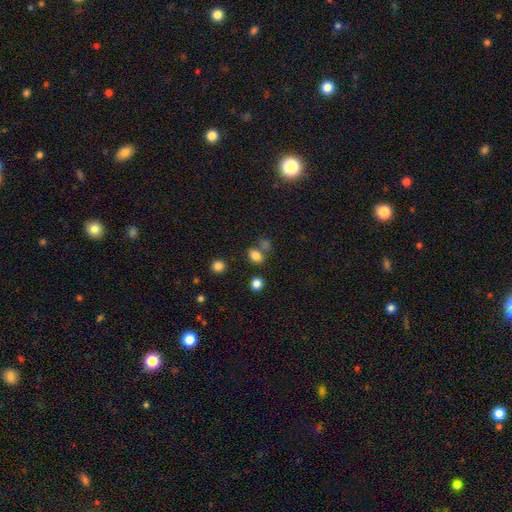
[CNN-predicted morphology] Smooth or featured? Predicted: smooth (p=0.79). How rounded? Predicted: in between (p=0.67). Merging? Predicted: none (p=0.59).